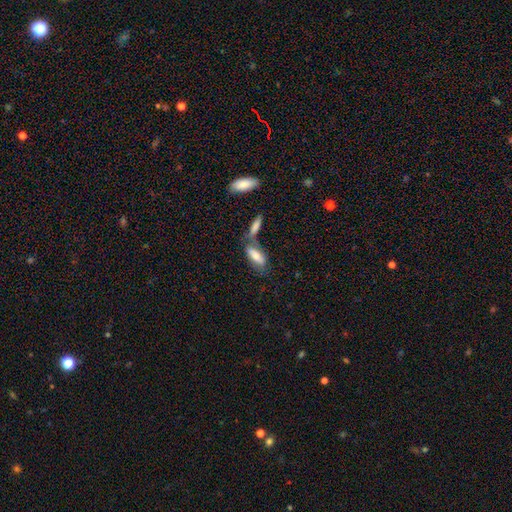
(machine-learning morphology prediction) Smooth or featured? Predicted: smooth (p=0.67). How rounded? Predicted: in between (p=0.71). Merging? Predicted: none (p=0.48).